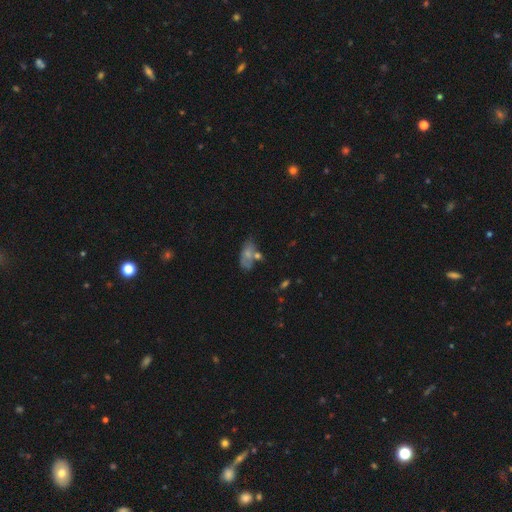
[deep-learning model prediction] Smooth or featured: smooth — 46% (featured or disk — 34%)
Merging: none — 47% (minor disturbance — 21%)